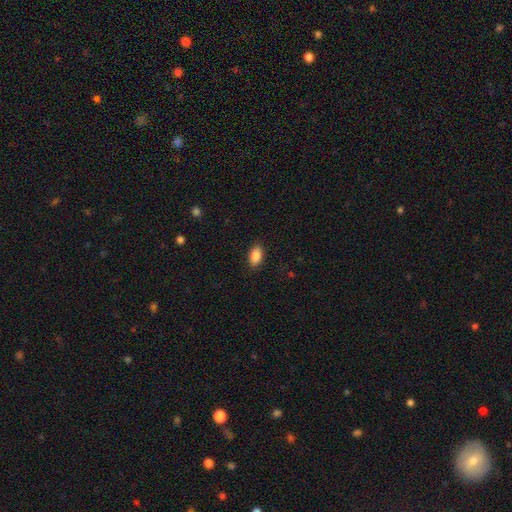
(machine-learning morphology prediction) smooth-or-featured: smooth: 88% | star or artifact: 7% | featured or disk: 4%
  how-rounded: in between: 92% | round: 5% | cigar-shaped: 3%
  merging: none: 88% | minor disturbance: 9% | major disturbance: 2% | merger: 1%